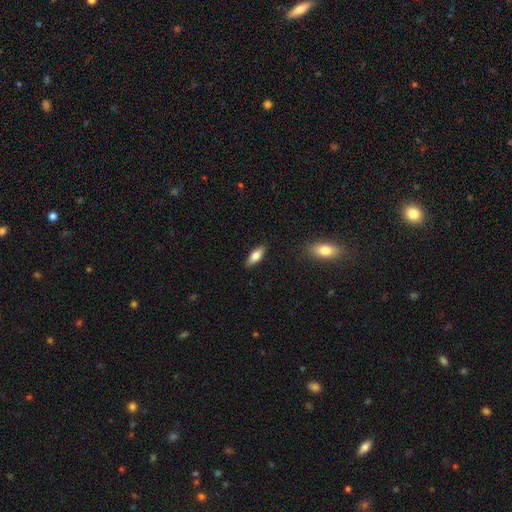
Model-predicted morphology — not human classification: Overall: smooth (76%). How rounded: in between (73%). Merging: none (87%).